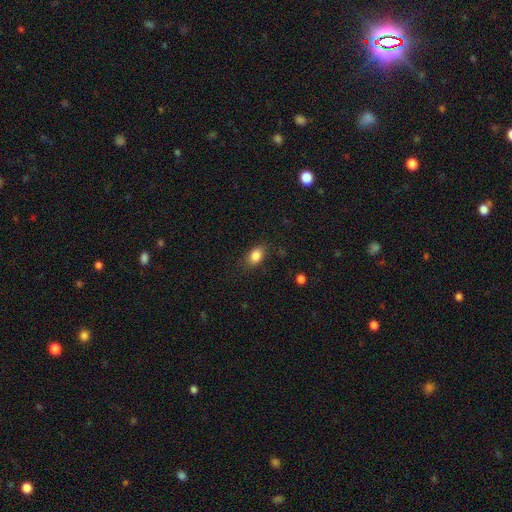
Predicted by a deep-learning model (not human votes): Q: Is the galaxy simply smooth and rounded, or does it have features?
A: smooth — 85%.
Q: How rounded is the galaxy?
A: in between — 81%.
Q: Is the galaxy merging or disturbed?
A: none — 81%.